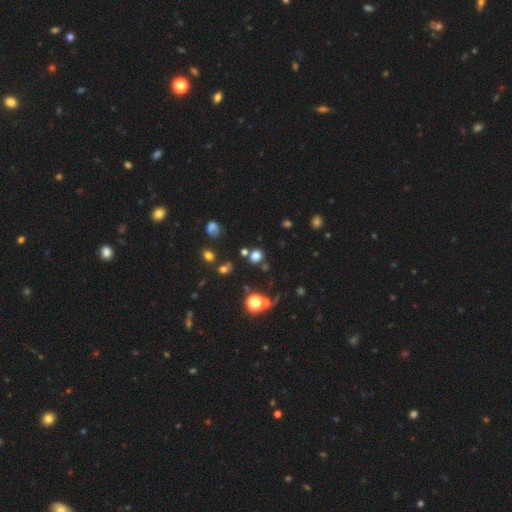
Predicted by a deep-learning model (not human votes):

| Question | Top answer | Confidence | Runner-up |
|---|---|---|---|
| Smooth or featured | smooth | 69% | star or artifact (25%) |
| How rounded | round | 79% | in between (20%) |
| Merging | none | 78% | minor disturbance (10%) |